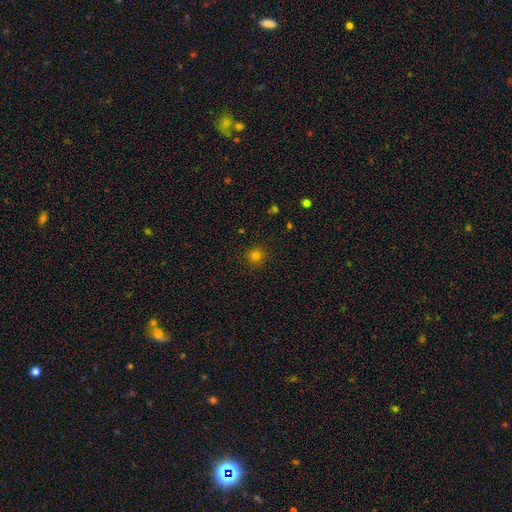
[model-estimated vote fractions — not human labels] This is likely a smooth galaxy (78%). How rounded: clearly round (93%). Merging: clearly none (91%).